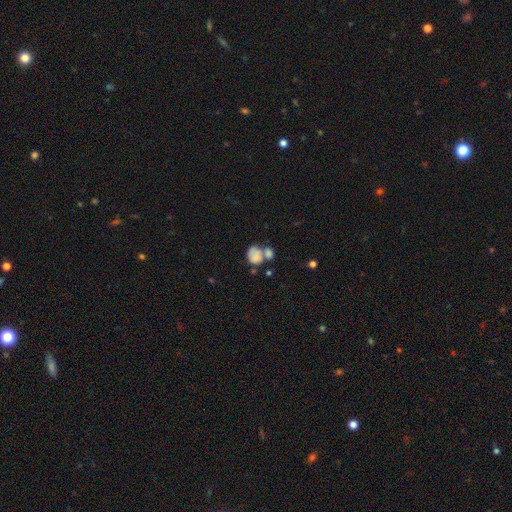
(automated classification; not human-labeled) smooth_or_featured: smooth (p=0.76) [alt: featured or disk p=0.16]
how_rounded: in between (p=0.50) [alt: round p=0.49]
merging: merger (p=0.52) [alt: none p=0.27]